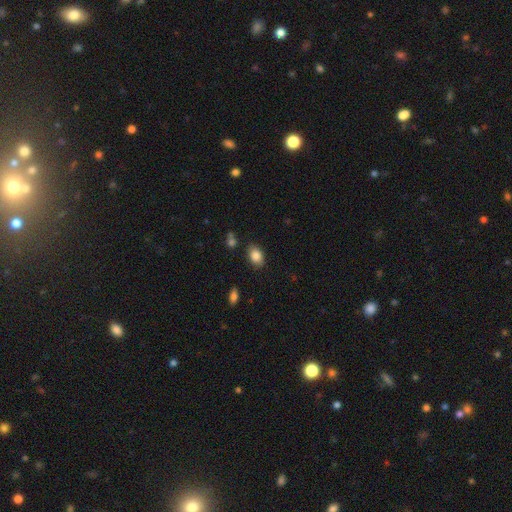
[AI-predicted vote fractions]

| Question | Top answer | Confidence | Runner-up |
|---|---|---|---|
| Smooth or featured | smooth | 85% | star or artifact (9%) |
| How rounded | in between | 80% | round (19%) |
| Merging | none | 81% | minor disturbance (13%) |